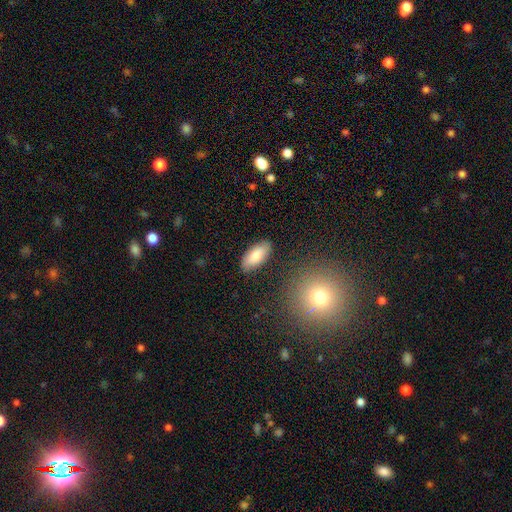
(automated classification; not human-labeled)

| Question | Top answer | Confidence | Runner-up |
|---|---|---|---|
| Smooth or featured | smooth | 79% | featured or disk (15%) |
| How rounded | in between | 88% | cigar-shaped (10%) |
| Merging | none | 85% | minor disturbance (11%) |